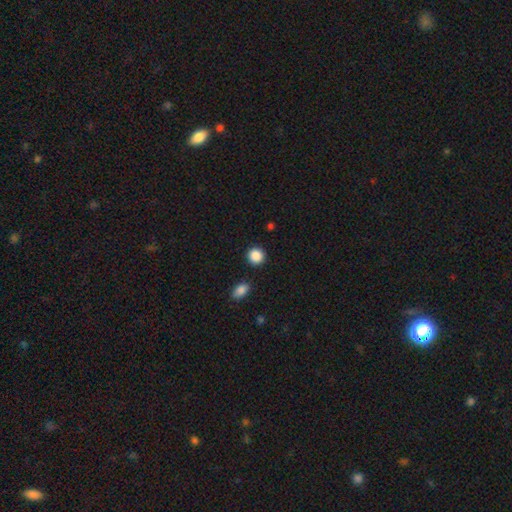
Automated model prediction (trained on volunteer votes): This appears to be a smooth galaxy with no disk features (88%) that is round (91%). Merging: none (89%).